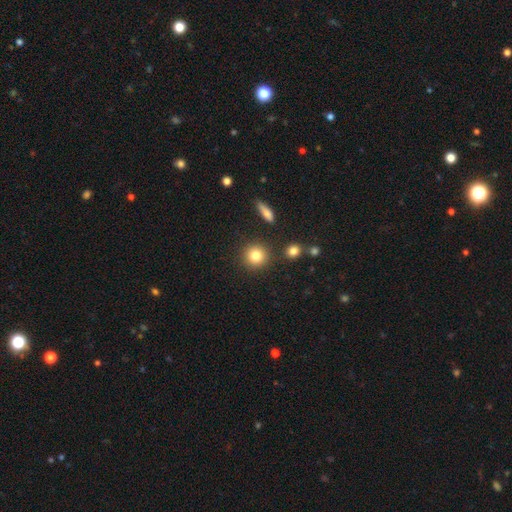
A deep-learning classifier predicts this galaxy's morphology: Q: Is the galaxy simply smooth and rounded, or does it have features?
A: smooth — 82%.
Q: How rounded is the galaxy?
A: round — 92%.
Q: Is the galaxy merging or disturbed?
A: none — 87%.